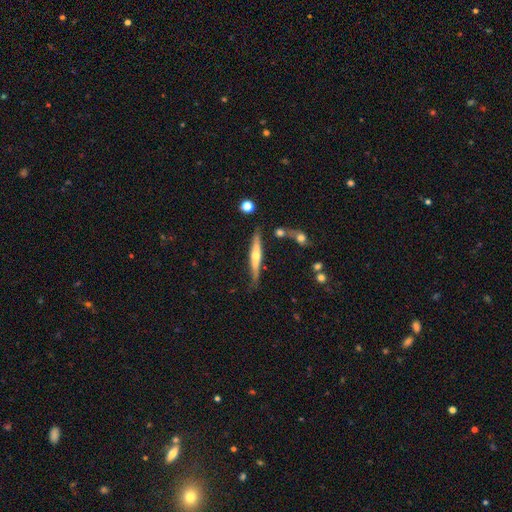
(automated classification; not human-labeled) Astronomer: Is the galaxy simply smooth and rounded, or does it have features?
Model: featured or disk — 66%.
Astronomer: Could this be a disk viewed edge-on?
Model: yes — 95%.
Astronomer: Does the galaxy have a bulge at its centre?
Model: rounded — 85%.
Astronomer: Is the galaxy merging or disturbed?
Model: none — 73%.